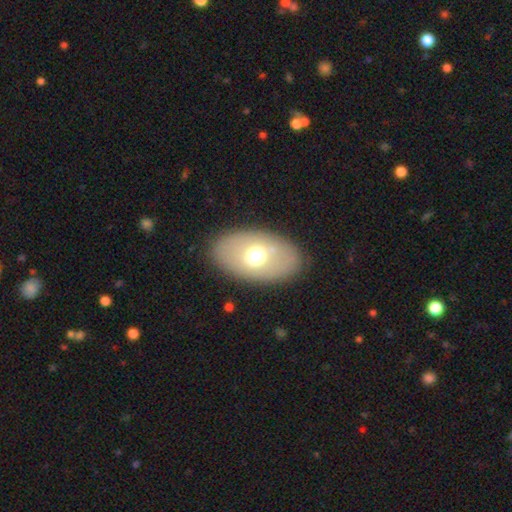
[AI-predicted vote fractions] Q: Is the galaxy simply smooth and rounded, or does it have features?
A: smooth — 60%.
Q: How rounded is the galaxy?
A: in between — 86%.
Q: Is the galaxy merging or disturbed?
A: none — 83%.